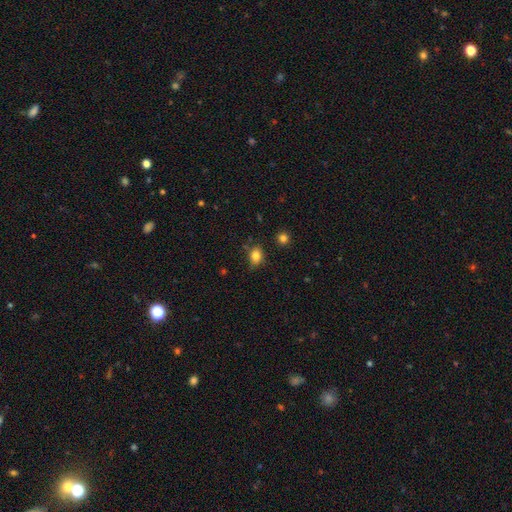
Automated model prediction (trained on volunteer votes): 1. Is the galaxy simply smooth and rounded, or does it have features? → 83% smooth, 11% star or artifact, 6% featured or disk.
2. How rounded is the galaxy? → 56% in between, 43% round, 1% cigar-shaped.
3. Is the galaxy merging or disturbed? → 78% none, 15% minor disturbance, 4% merger, 3% major disturbance.